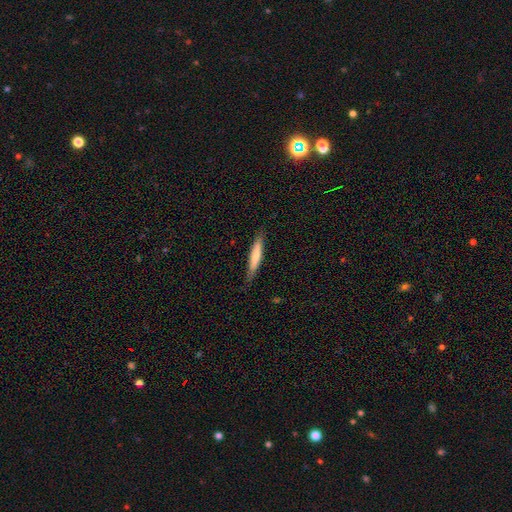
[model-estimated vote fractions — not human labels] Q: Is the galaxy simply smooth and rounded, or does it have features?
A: smooth — 68%.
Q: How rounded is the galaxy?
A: cigar-shaped — 92%.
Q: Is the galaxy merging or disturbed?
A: none — 83%.